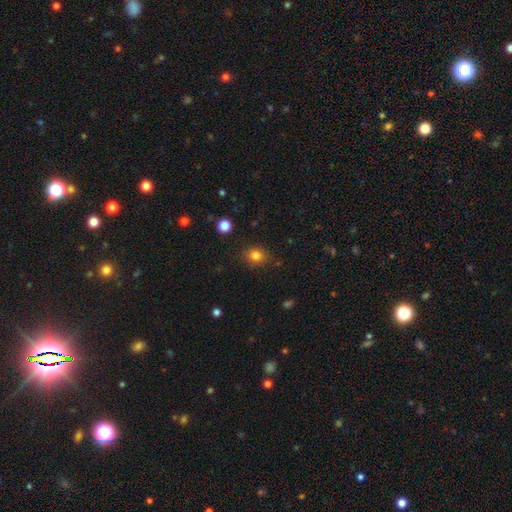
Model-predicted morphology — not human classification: Smooth or featured? smooth (81%)
How rounded? round (62%)
Merging? none (82%)